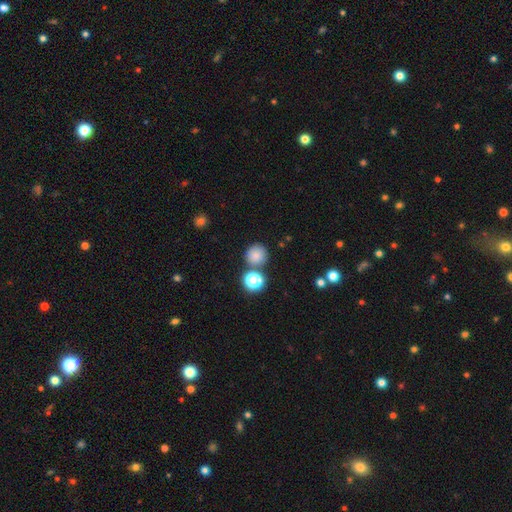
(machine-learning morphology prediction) smooth_or_featured: smooth (p=0.79) [alt: star or artifact p=0.15]
how_rounded: round (p=0.91) [alt: in between p=0.08]
merging: none (p=0.72) [alt: merger p=0.16]